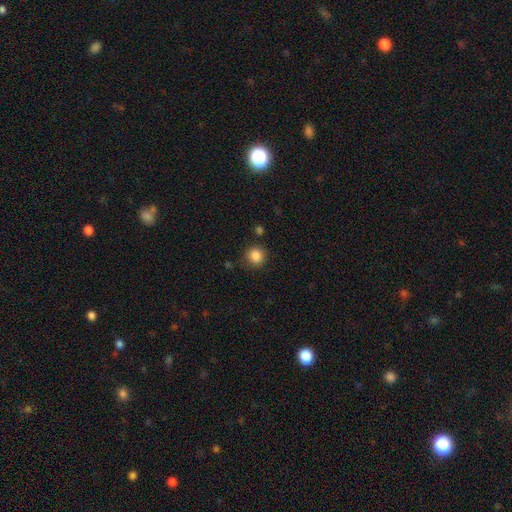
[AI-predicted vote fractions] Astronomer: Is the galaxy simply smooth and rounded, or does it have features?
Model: smooth — 86%.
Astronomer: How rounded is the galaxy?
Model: round — 89%.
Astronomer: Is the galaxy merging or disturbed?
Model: none — 82%.